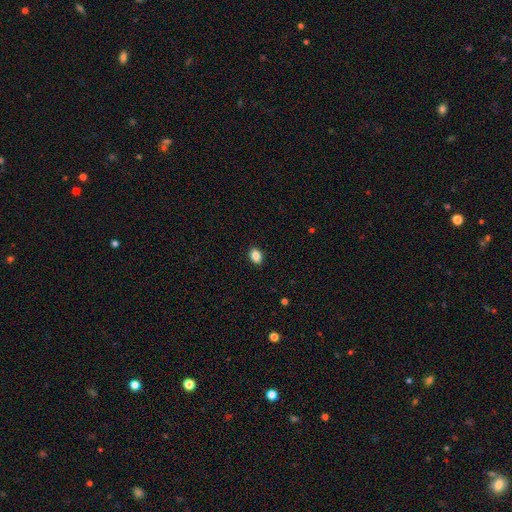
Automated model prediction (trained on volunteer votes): Overall: smooth (87%). How rounded: in between (74%). Merging: none (89%).